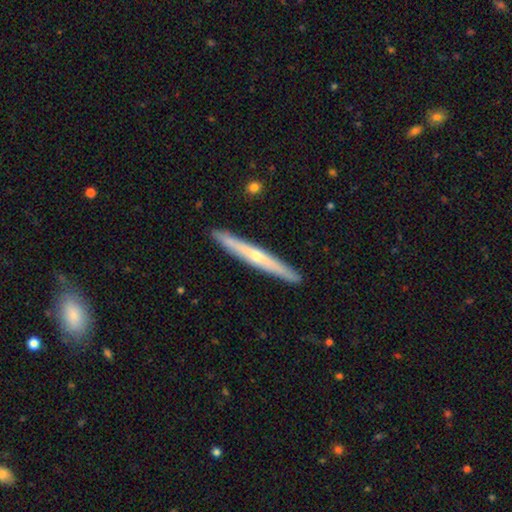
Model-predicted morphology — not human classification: type=featured or disk (63%); edge-on=yes (96%); edge-on bulge=rounded (71%); merging=none (92%).